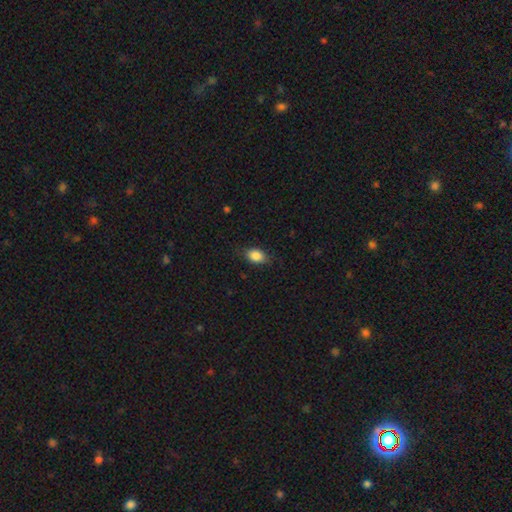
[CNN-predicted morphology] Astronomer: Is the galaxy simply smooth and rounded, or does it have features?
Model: smooth — 86%.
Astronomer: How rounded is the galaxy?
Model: in between — 80%.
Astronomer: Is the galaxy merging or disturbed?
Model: none — 78%.